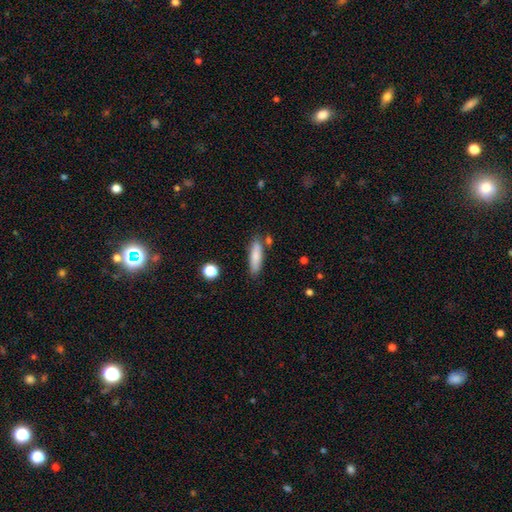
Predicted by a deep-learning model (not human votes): A smooth galaxy with no disk features (80%) that is cigar-shaped (67%). Merging: none (77%).